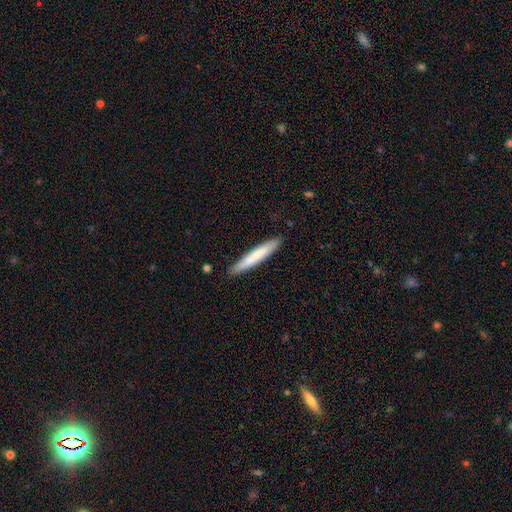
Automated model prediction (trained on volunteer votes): Smooth or featured?
  - smooth: 72% *
  - featured or disk: 23%
  - star or artifact: 5%
How rounded?
  - cigar-shaped: 94% *
  - in between: 5%
  - round: 1%
Merging?
  - none: 89% *
  - minor disturbance: 9%
  - major disturbance: 1%
  - merger: 1%